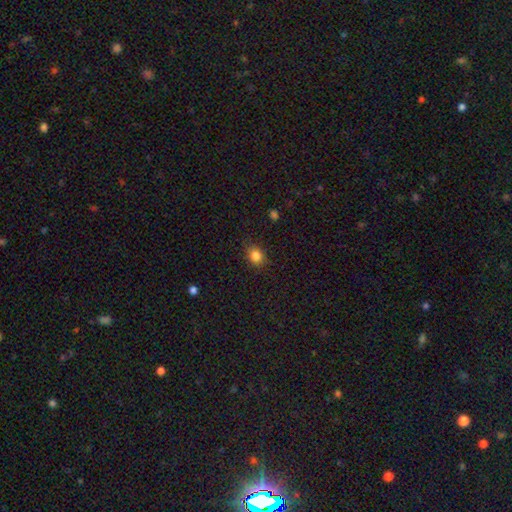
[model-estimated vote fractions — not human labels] Morphology: type=smooth (84%); roundness=round (56%); merging=none (84%).